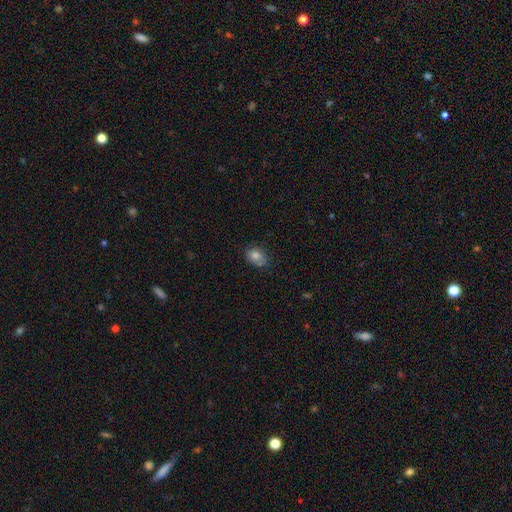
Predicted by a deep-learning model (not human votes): smooth-or-featured: smooth: 80% | featured or disk: 10% | star or artifact: 10%
  how-rounded: in between: 57% | round: 41% | cigar-shaped: 1%
  merging: none: 73% | minor disturbance: 20% | major disturbance: 4% | merger: 2%